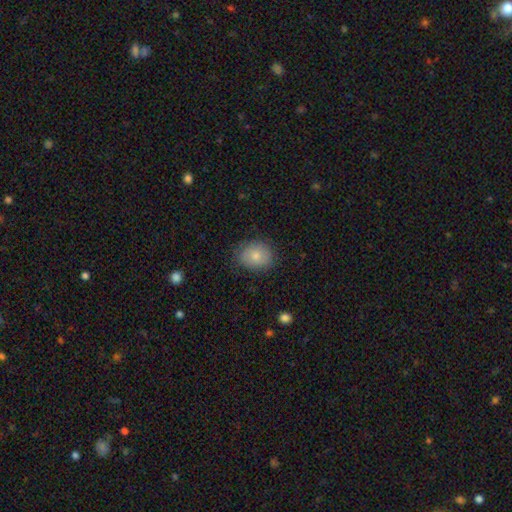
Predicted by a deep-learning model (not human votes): smooth-or-featured: smooth: 77% | featured or disk: 16% | star or artifact: 8%
  how-rounded: round: 56% | in between: 43% | cigar-shaped: 1%
  merging: none: 79% | minor disturbance: 16% | major disturbance: 4% | merger: 1%